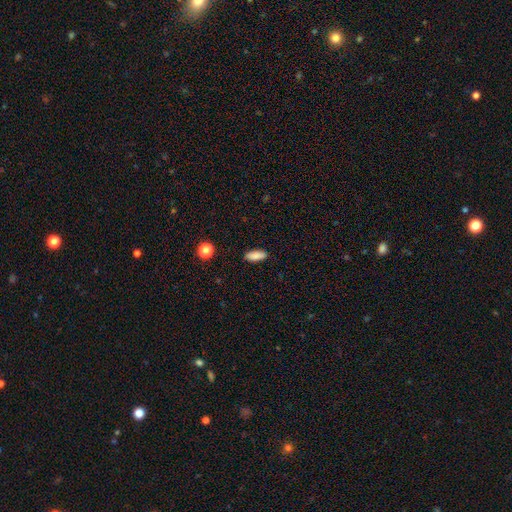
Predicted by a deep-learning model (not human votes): Overall: smooth (85%). How rounded: in between (74%). Merging: none (89%).